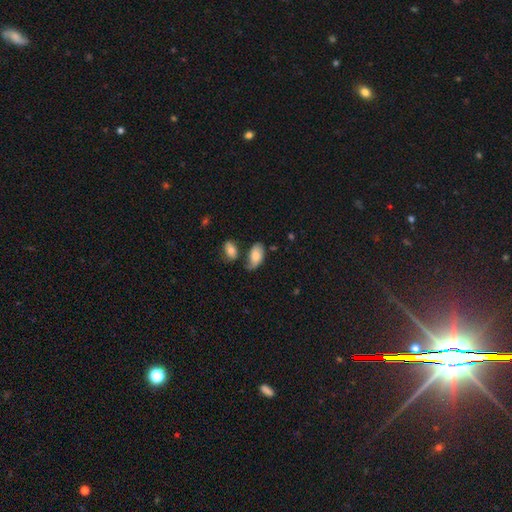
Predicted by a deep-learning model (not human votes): This is likely a smooth galaxy (73%). How rounded: clearly in between (94%). Merging: marginally none (44%).